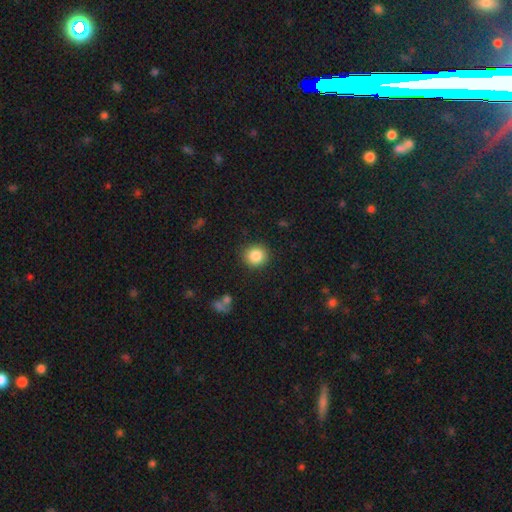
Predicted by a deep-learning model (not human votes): Smooth or featured? smooth (86%)
How rounded? round (88%)
Merging? none (89%)